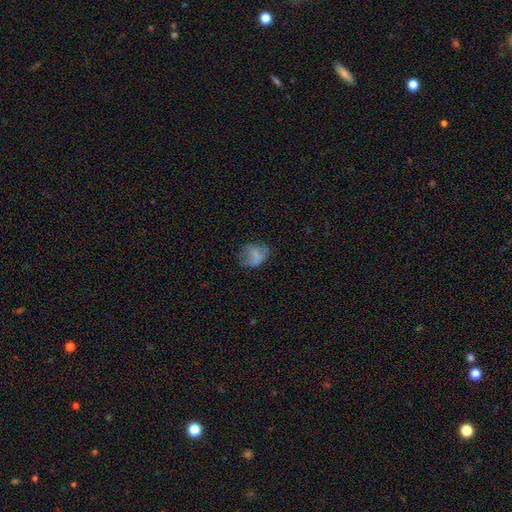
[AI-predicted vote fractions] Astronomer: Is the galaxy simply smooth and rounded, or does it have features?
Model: smooth — 68%.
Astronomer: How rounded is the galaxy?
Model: in between — 59% (runner-up: round, 40%).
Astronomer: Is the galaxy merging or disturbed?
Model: none — 45% (runner-up: minor disturbance, 29%).